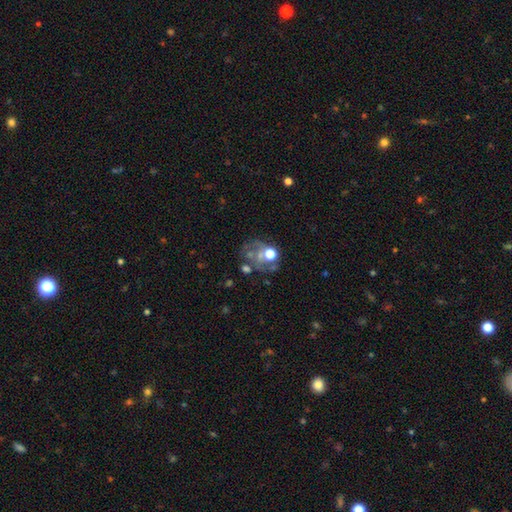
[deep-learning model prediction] This appears to be a featured or disk galaxy (50%). Merging: none (45%).